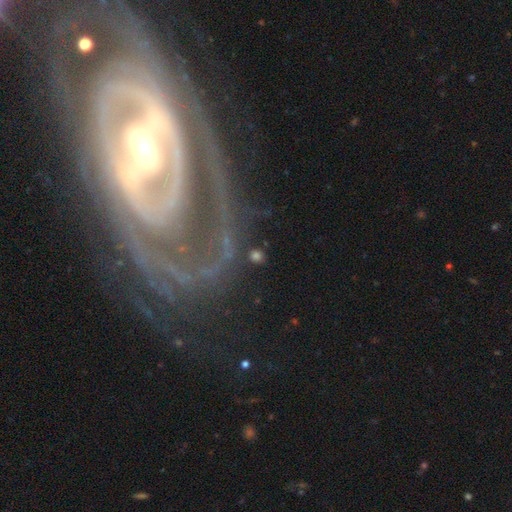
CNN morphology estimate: smooth-or-featured: smooth: 40% | featured or disk: 35% | star or artifact: 25%
  merging: none: 76% | minor disturbance: 12% | major disturbance: 7% | merger: 5%